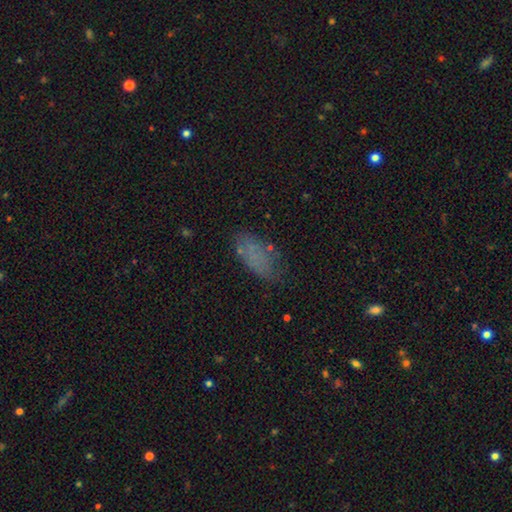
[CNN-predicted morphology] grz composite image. It shows a smooth galaxy with no disk features (70%) that is in between round and cigar-shaped (85%). Merging: none (68%).